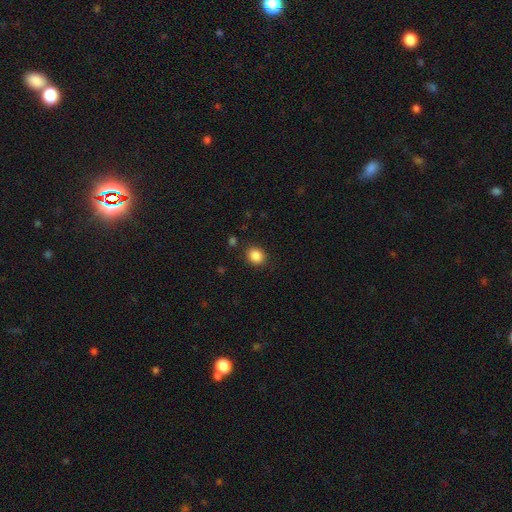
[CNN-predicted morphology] Smooth or featured?
  - smooth: 86% *
  - star or artifact: 10%
  - featured or disk: 4%
How rounded?
  - round: 59% *
  - in between: 40%
  - cigar-shaped: 1%
Merging?
  - none: 86% *
  - minor disturbance: 9%
  - major disturbance: 3%
  - merger: 2%